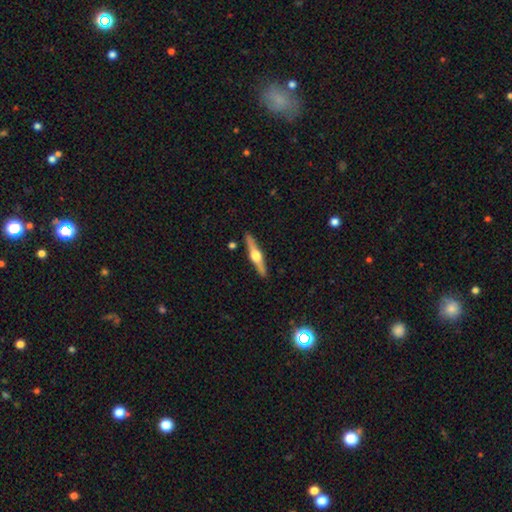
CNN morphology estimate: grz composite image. It shows a featured or disk galaxy (75%) viewed edge-on (98%) with a rounded central bulge (96%). Merging: none (91%).